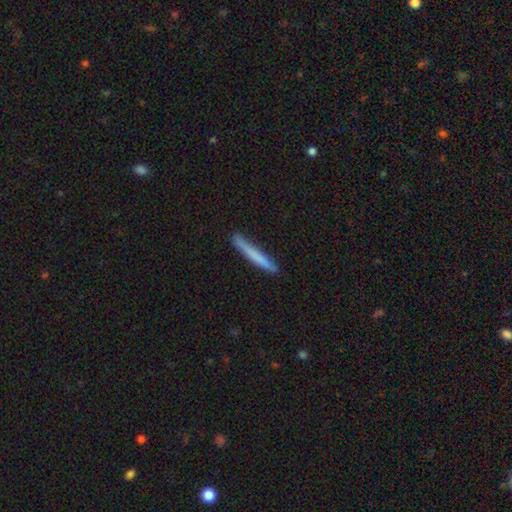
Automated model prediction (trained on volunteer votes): This is likely a smooth galaxy (71%). How rounded: clearly cigar-shaped (96%). Merging: clearly none (84%).